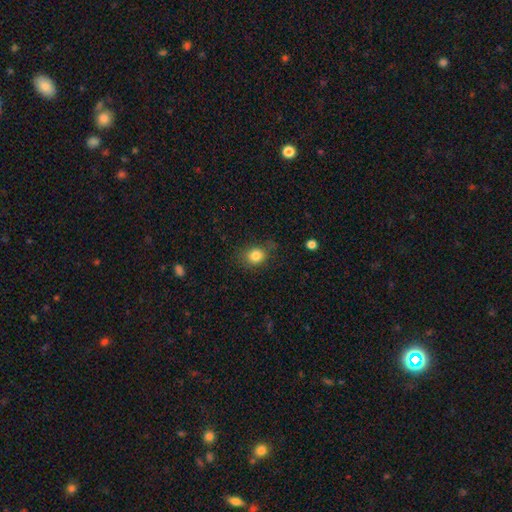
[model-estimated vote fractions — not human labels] smooth-or-featured: smooth: 83% | star or artifact: 11% | featured or disk: 7%
  how-rounded: round: 62% | in between: 37% | cigar-shaped: 1%
  merging: none: 73% | minor disturbance: 19% | major disturbance: 6% | merger: 2%